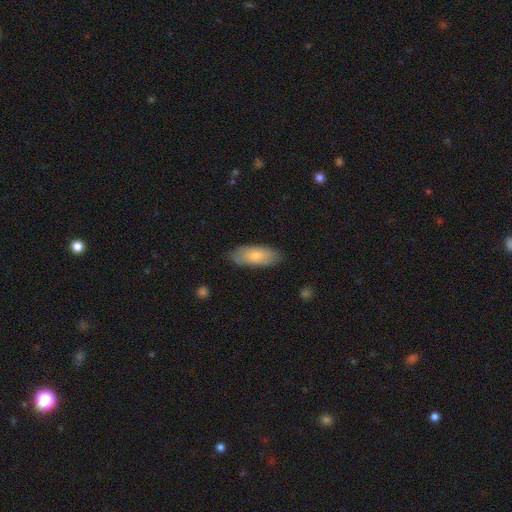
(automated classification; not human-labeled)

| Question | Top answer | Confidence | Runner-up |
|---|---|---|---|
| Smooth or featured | smooth | 74% | featured or disk (21%) |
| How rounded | in between | 80% | cigar-shaped (18%) |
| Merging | none | 80% | minor disturbance (16%) |